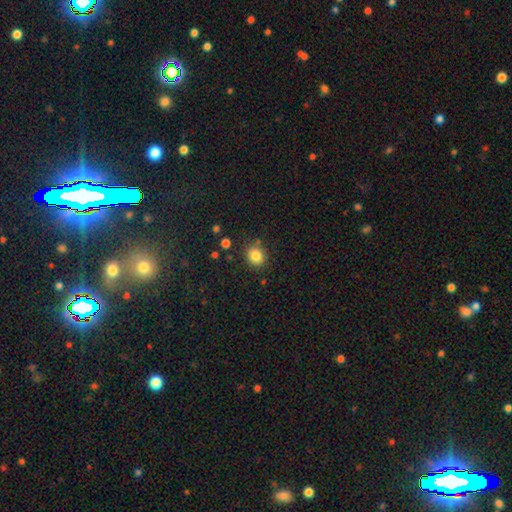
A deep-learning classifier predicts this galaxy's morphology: This is clearly a smooth galaxy (84%). How rounded: likely round (70%). Merging: clearly none (84%).